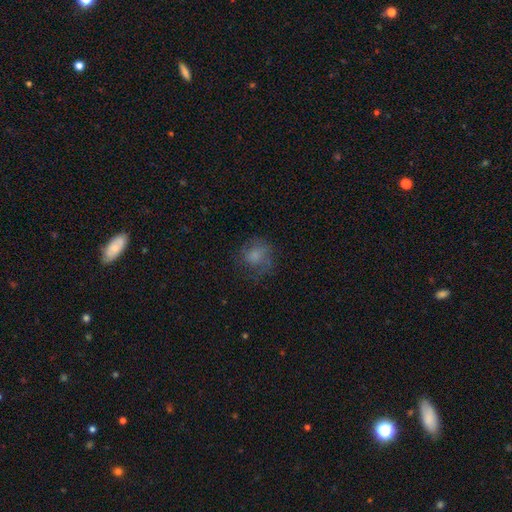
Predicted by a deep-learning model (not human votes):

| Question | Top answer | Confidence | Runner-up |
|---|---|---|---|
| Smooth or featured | smooth | 66% | featured or disk (22%) |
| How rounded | round | 80% | in between (19%) |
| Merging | none | 61% | minor disturbance (21%) |